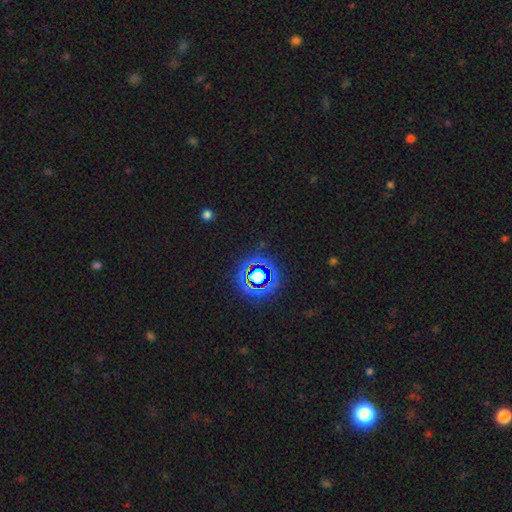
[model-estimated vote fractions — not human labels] Smooth or featured? star or artifact (69%)